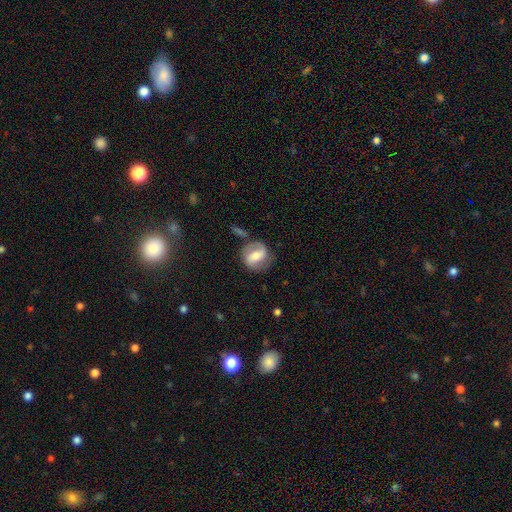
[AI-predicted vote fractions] A featured or disk galaxy (61%) with a weak bar (39%), spiral arms (81%) and a moderate central bulge (60%). Merging: none (71%).